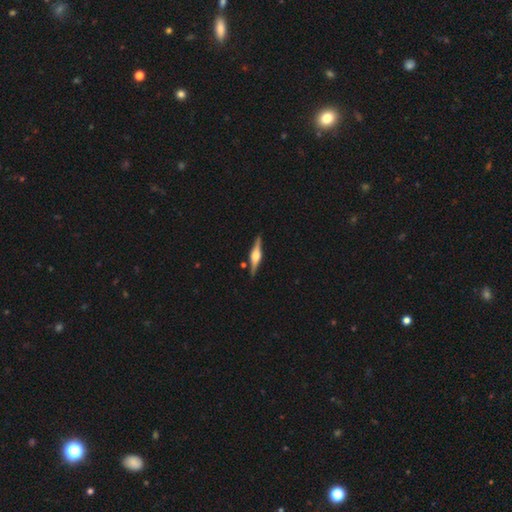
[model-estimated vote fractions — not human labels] smooth_or_featured: featured or disk (p=0.80) [alt: smooth p=0.15]
disk_edge_on: yes (p=0.98) [alt: no p=0.02]
edge_on_bulge: rounded (p=0.87) [alt: boxy p=0.11]
merging: none (p=0.90) [alt: minor disturbance p=0.07]